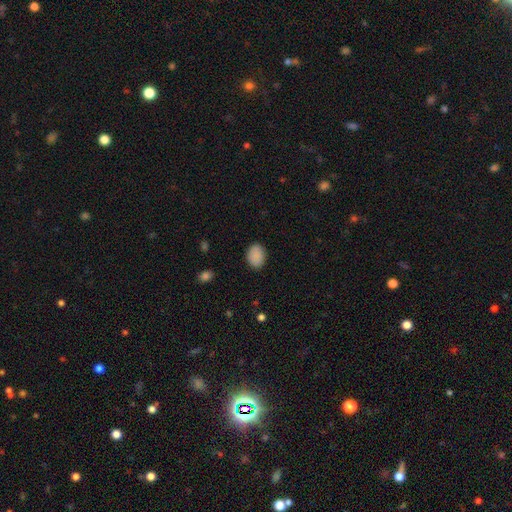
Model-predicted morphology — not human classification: Q: Smooth or featured?
A: smooth (89%); runner-up: star or artifact (7%)
Q: How rounded?
A: in between (71%); runner-up: round (28%)
Q: Merging?
A: none (87%); runner-up: minor disturbance (10%)